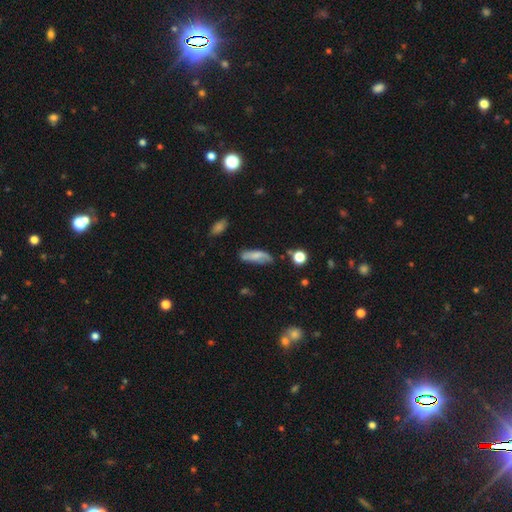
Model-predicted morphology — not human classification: This appears to be a smooth galaxy with no disk features (67%) that is in between round and cigar-shaped (60%). Merging: none (59%).